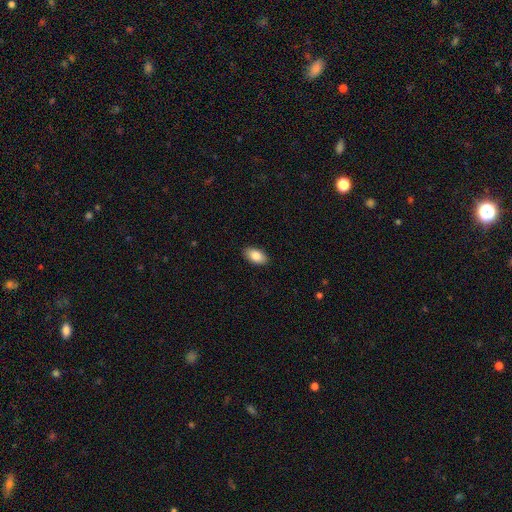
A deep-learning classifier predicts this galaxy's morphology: type=smooth (86%); roundness=in between (94%); merging=none (90%).